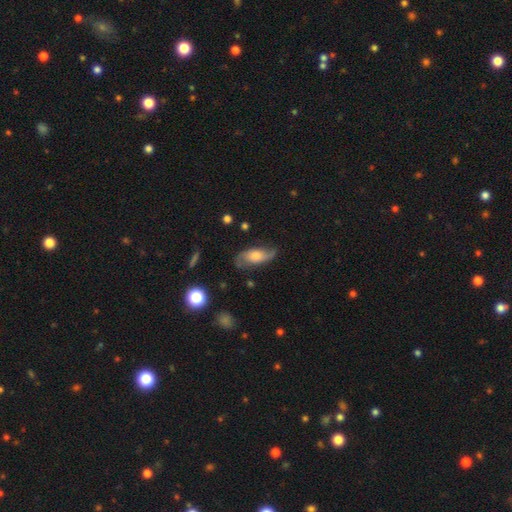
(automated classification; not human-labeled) A featured or disk galaxy (63%) with no bar (68%), 2 (86%) loose (53%) spiral arms (91%) and a moderate central bulge (46%).

Vote fractions:
- Smooth or featured? featured or disk: 63% / smooth: 29% / star or artifact: 7%
- Edge-on disk? no: 89% / yes: 11%
- Bar? no: 68% / weak: 26% / strong: 6%
- Spiral arms? yes: 91% / no: 9%
- Spiral winding? loose: 53% / medium: 33% / tight: 13%
- Spiral arm count? 2: 86% / can't tell: 7% / 1: 4% / 3: 1% / 4: 1% / more than 4: 1%
- Bulge size? moderate: 46% / small: 25% / large: 19% / none: 7% / dominant: 3%
- Merging? none: 70% / minor disturbance: 21% / major disturbance: 8% / merger: 2%